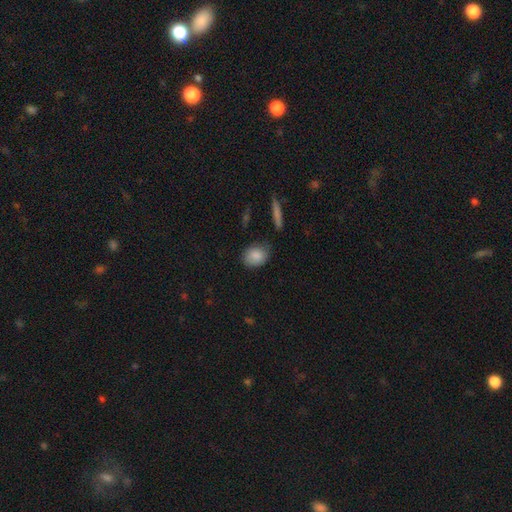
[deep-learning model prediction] This appears to be a smooth galaxy with no disk features (85%) that is in between round and cigar-shaped (61%). Merging: none (70%).